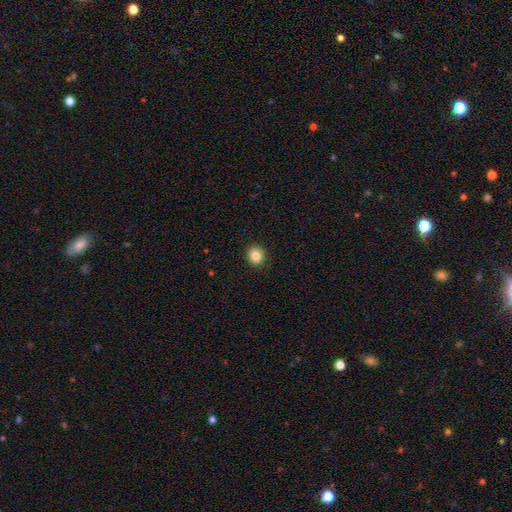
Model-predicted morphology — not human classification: smooth_or_featured: smooth (p=0.84) [alt: star or artifact p=0.10]
how_rounded: round (p=0.81) [alt: in between p=0.18]
merging: none (p=0.91) [alt: minor disturbance p=0.06]